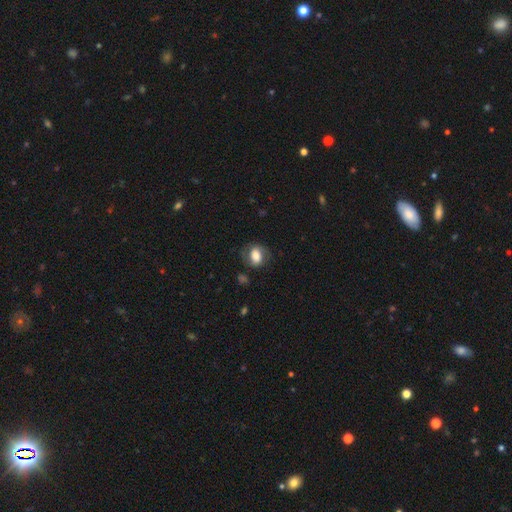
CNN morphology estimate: This is likely a smooth galaxy (68%). How rounded: likely in between (67%). Merging: likely none (68%).